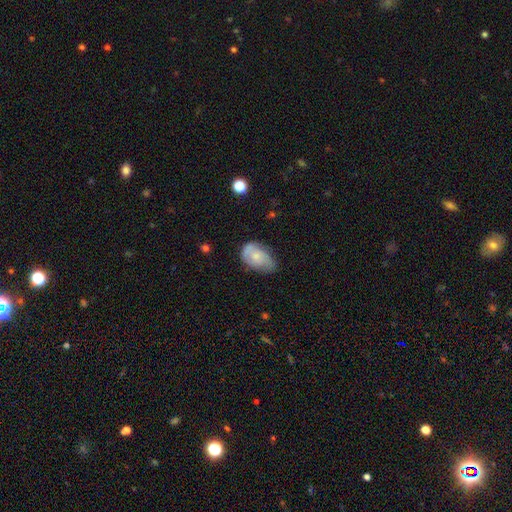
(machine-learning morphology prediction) smooth 57%, featured or disk 36%, star or artifact 7%. Down the decision tree: how rounded — in between (87%); merging — none (47%).